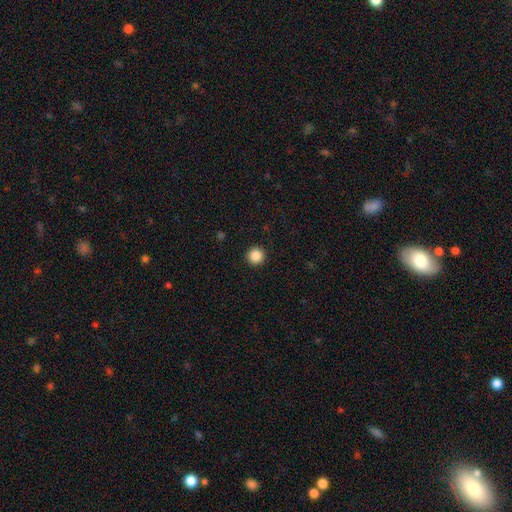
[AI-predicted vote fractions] smooth-or-featured: smooth: 87% | star or artifact: 10% | featured or disk: 3%
  how-rounded: round: 97% | in between: 2% | cigar-shaped: 1%
  merging: none: 94% | minor disturbance: 4% | major disturbance: 1% | merger: 1%